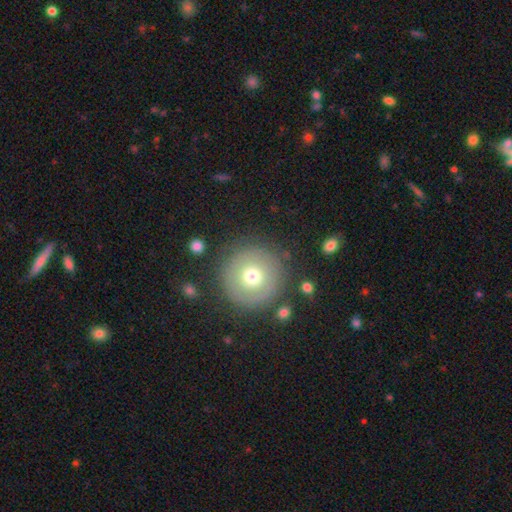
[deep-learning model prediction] Smooth or featured? smooth (54%)
How rounded? round (94%)
Merging? none (87%)